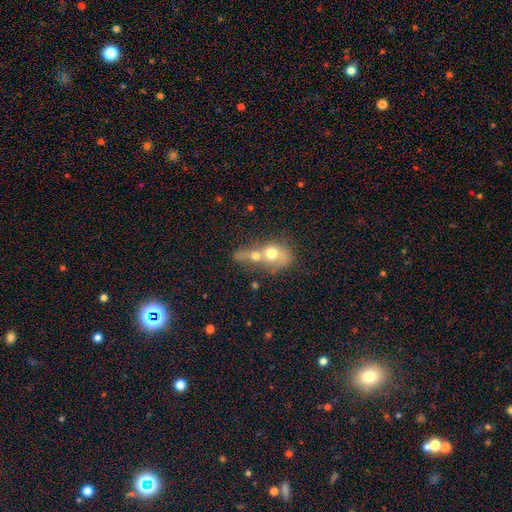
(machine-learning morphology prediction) Q: Smooth or featured?
A: smooth (63%); runner-up: featured or disk (26%)
Q: How rounded?
A: round (52%); runner-up: in between (44%)
Q: Merging?
A: merger (76%); runner-up: none (12%)